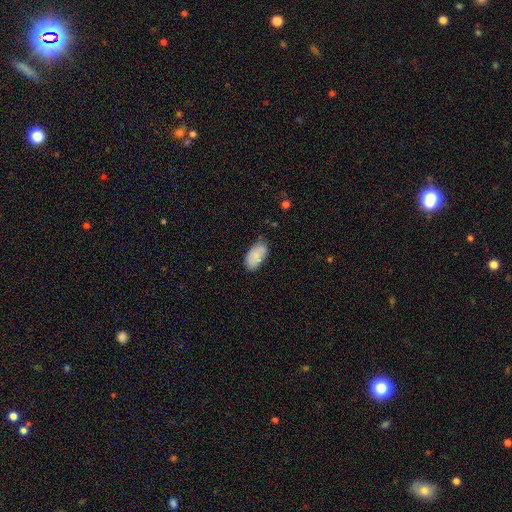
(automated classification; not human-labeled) This is clearly a smooth galaxy (83%). How rounded: clearly in between (95%). Merging: likely none (73%).